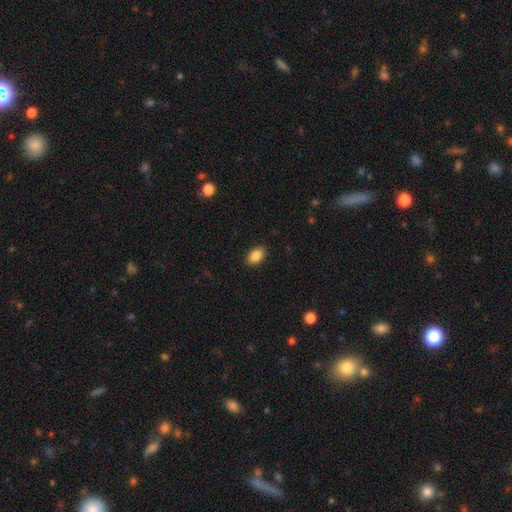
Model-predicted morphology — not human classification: Smooth or featured: smooth — 88% (star or artifact — 8%)
How rounded: in between — 88% (round — 10%)
Merging: none — 89% (minor disturbance — 8%)